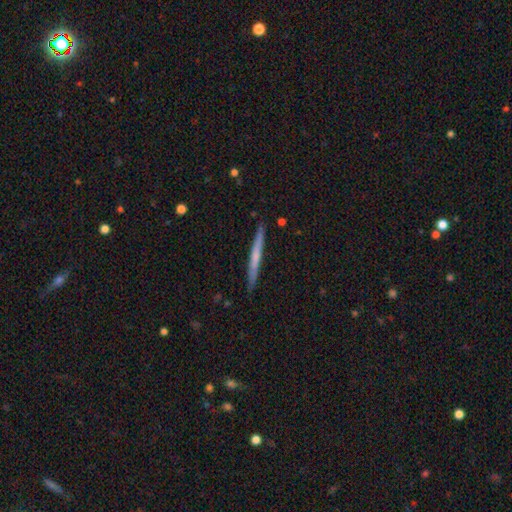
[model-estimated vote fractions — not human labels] This is possibly a smooth galaxy (51%). How rounded: clearly cigar-shaped (97%). Merging: clearly none (90%).